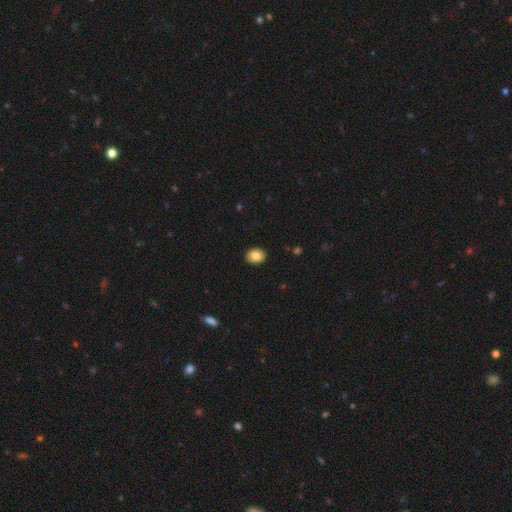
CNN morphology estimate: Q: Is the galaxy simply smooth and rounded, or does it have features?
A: smooth — 85%.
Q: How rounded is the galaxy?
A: in between — 59%.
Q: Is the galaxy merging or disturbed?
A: none — 91%.